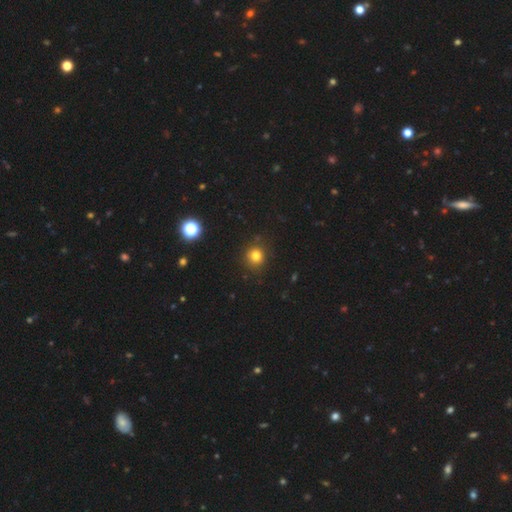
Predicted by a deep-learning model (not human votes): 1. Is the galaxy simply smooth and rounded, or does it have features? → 79% smooth, 15% star or artifact, 6% featured or disk.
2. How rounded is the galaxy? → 89% round, 10% in between, 1% cigar-shaped.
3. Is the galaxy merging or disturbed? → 88% none, 8% minor disturbance, 2% major disturbance, 2% merger.